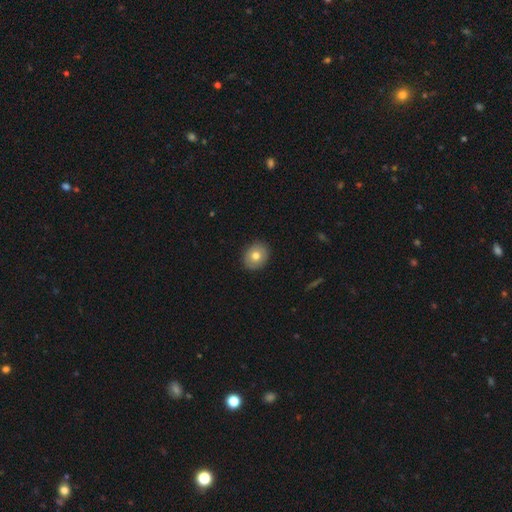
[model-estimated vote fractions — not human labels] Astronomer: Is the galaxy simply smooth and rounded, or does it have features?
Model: smooth — 74%.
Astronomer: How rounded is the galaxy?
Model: round — 65%.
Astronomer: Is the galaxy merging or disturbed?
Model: none — 90%.